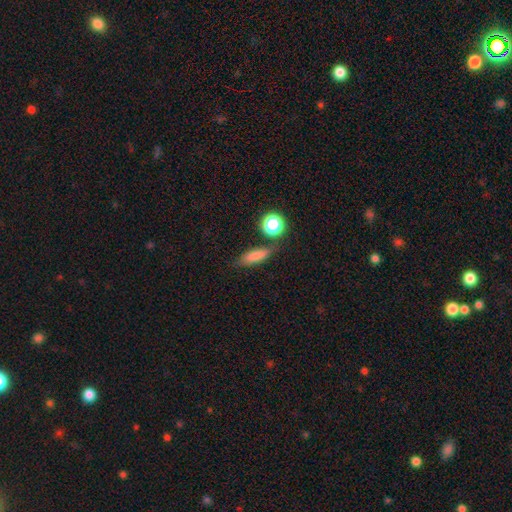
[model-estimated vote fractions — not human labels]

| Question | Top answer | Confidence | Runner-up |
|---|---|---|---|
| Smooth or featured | smooth | 78% | featured or disk (11%) |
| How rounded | in between | 46% | tied: cigar-shaped (46%) |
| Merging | none | 74% | minor disturbance (15%) |